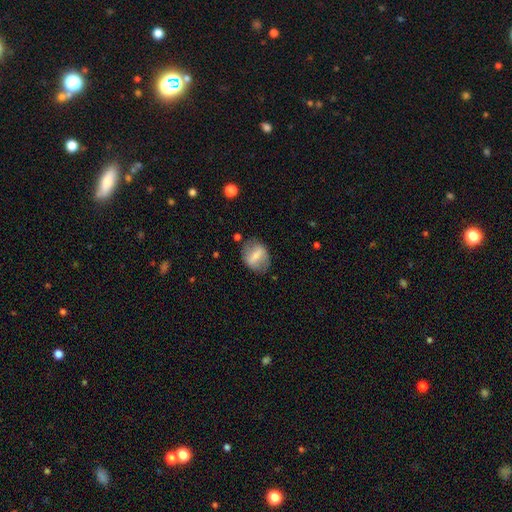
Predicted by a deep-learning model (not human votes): smooth 51%, featured or disk 42%, star or artifact 7%. Down the decision tree: how rounded — in between (59%); merging — none (74%).